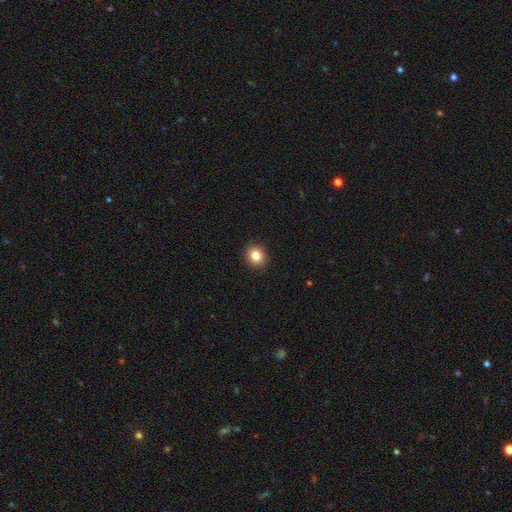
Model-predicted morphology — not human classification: type=smooth (84%); roundness=round (80%); merging=none (92%).